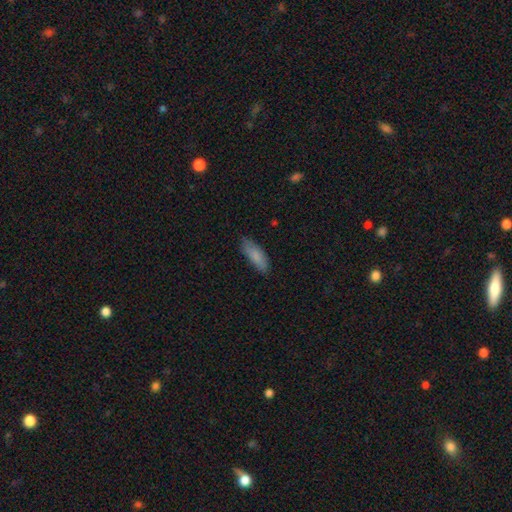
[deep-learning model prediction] smooth-or-featured: smooth: 83% | featured or disk: 11% | star or artifact: 6%
  how-rounded: in between: 59% | cigar-shaped: 39% | round: 2%
  merging: none: 79% | minor disturbance: 17% | major disturbance: 3% | merger: 1%